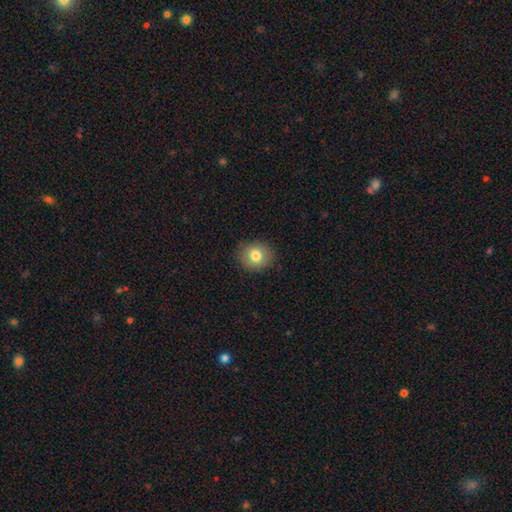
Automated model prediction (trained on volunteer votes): Smooth or featured? Predicted: smooth (p=0.79). How rounded? Predicted: round (p=0.76). Merging? Predicted: none (p=0.87).